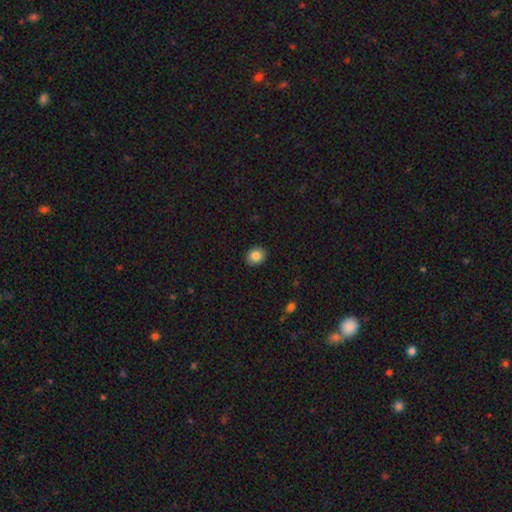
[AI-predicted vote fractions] A smooth galaxy with no disk features (85%) that is round (66%). Merging: none (90%).